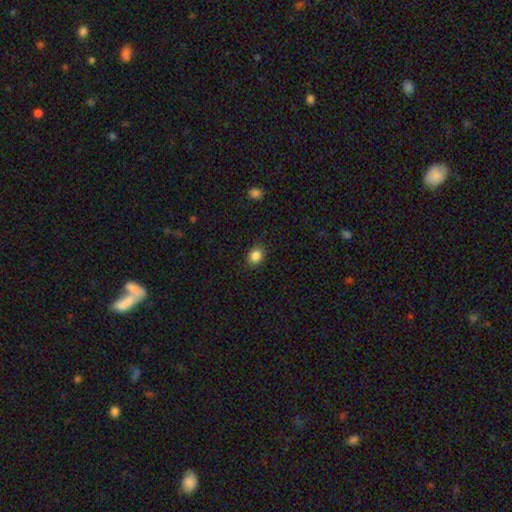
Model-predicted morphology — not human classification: smooth-or-featured: smooth: 85% | star or artifact: 10% | featured or disk: 4%
  how-rounded: round: 63% | in between: 36% | cigar-shaped: 1%
  merging: none: 88% | minor disturbance: 9% | major disturbance: 2% | merger: 1%